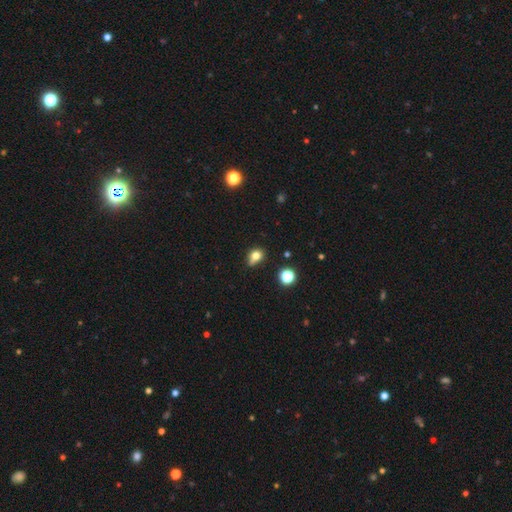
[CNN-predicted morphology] Smooth or featured?
  - smooth: 75% *
  - star or artifact: 14%
  - featured or disk: 11%
How rounded?
  - round: 58% *
  - in between: 40%
  - cigar-shaped: 2%
Merging?
  - none: 49% *
  - minor disturbance: 30%
  - merger: 11%
  - major disturbance: 10%